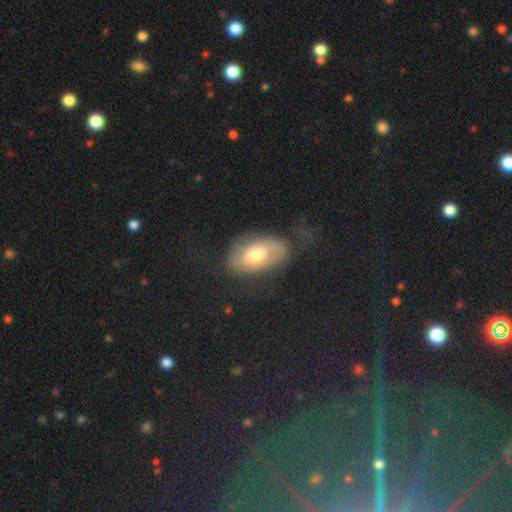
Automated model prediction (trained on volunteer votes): Morphology: type=smooth (52%); roundness=in between (91%); merging=none (58%).